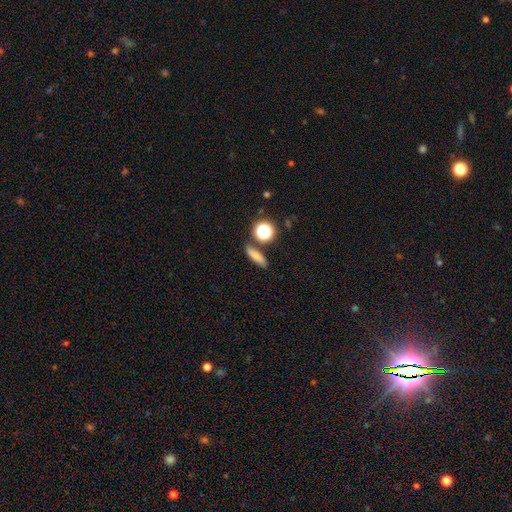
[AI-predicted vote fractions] Morphology: type=smooth (72%); roundness=cigar-shaped (55%); merging=none (81%).